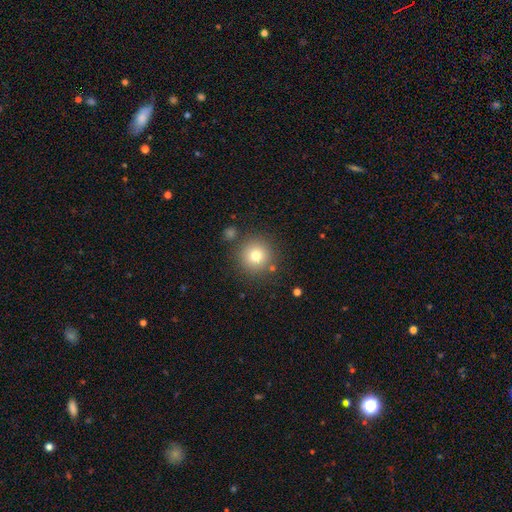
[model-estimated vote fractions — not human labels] smooth-or-featured: smooth: 78% | star or artifact: 12% | featured or disk: 10%
  how-rounded: round: 95% | in between: 4% | cigar-shaped: 1%
  merging: none: 85% | minor disturbance: 8% | merger: 5% | major disturbance: 3%